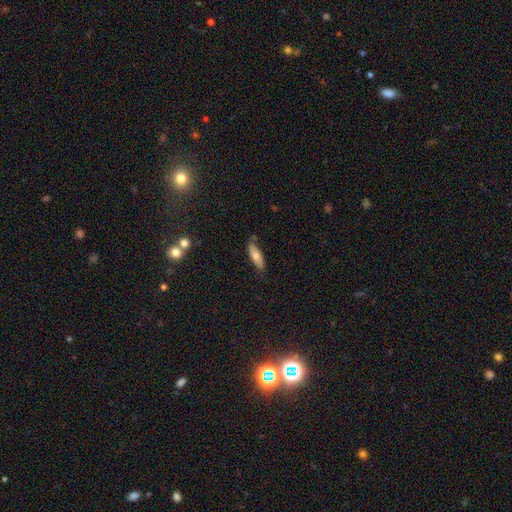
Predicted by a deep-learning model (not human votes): Overall: smooth (66%; featured or disk 27%). How rounded: in between (55%; cigar-shaped 43%). Merging: none (72%).